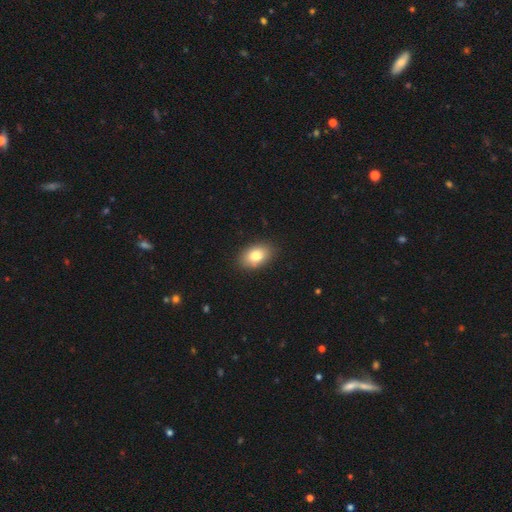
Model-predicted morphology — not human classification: smooth-or-featured: smooth: 81% | featured or disk: 11% | star or artifact: 8%
  how-rounded: in between: 85% | round: 13% | cigar-shaped: 1%
  merging: none: 87% | minor disturbance: 10% | major disturbance: 2% | merger: 1%